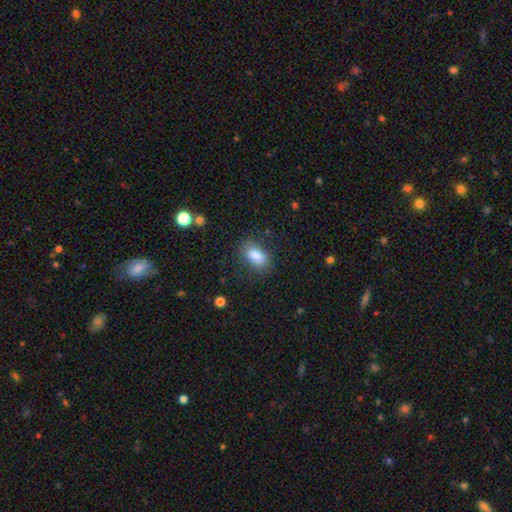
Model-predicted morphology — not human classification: A smooth galaxy with no disk features (84%) that is in between round and cigar-shaped (88%). Merging: none (74%).